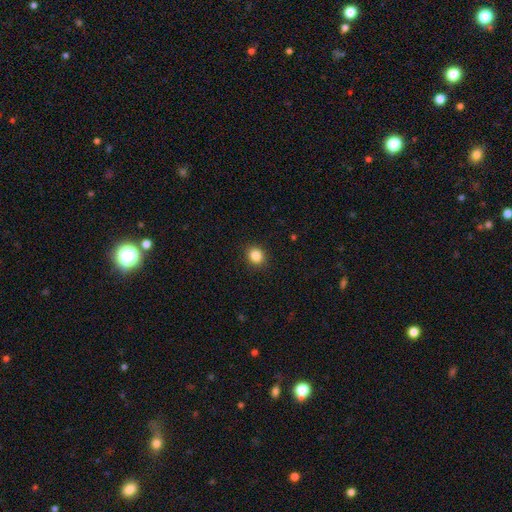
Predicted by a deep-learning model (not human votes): Overall: smooth (85%). How rounded: round (76%). Merging: none (91%).